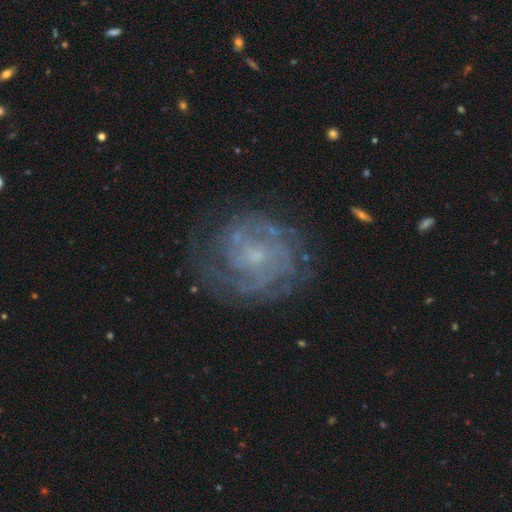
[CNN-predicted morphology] This appears to be a featured or disk galaxy (82%) with no bar (66%), tight (64%) spiral arms (93%) and a small central bulge (72%). Merging: none (74%).